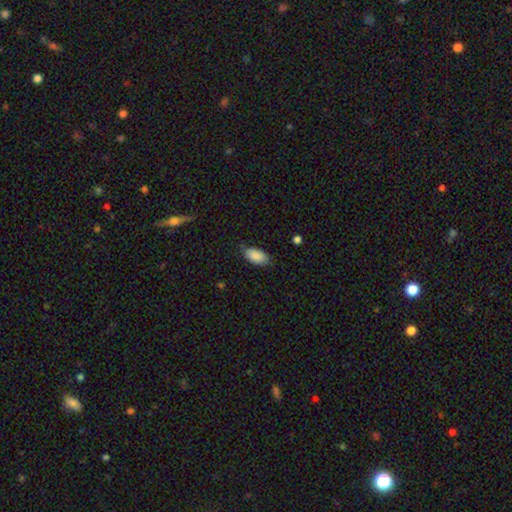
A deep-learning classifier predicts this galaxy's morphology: type=smooth (88%); roundness=in between (94%); merging=none (75%).